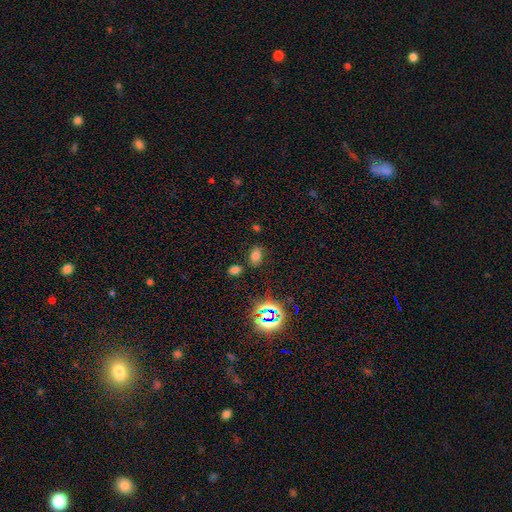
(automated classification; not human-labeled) Morphology: type=smooth (66%); roundness=in between (84%); merging=none (76%).